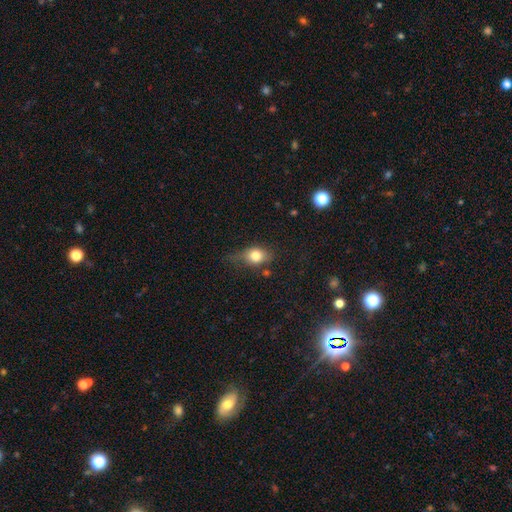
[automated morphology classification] Q: Smooth or featured?
A: smooth (77%); runner-up: featured or disk (13%)
Q: How rounded?
A: in between (60%); runner-up: round (37%)
Q: Merging?
A: none (49%); runner-up: minor disturbance (33%)